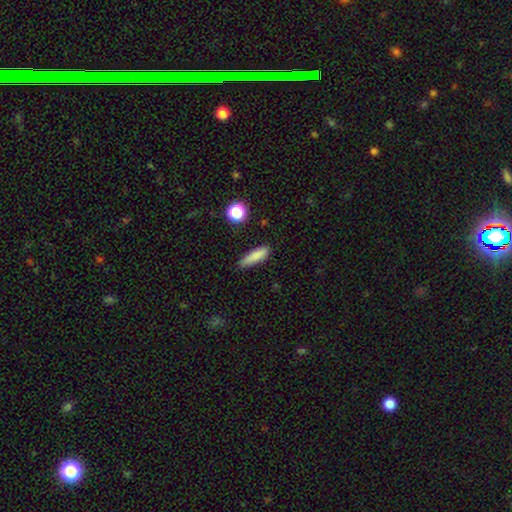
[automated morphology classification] The model was most divided on "how rounded": cigar-shaped: 68%, in between: 29%, round: 3%. More confident: smooth or featured — smooth (83%); merging — none (82%).